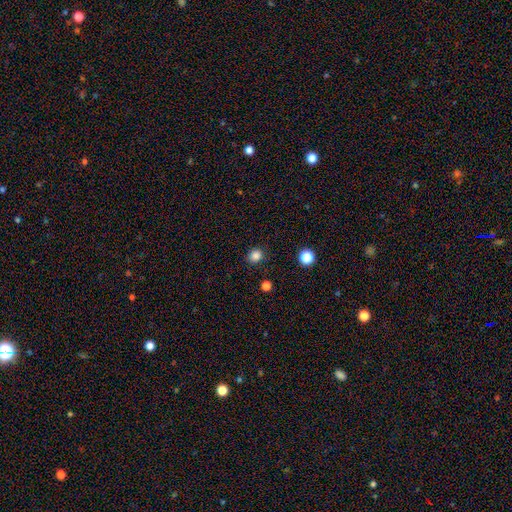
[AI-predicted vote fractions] Smooth or featured? smooth (84%)
How rounded? round (81%)
Merging? none (89%)